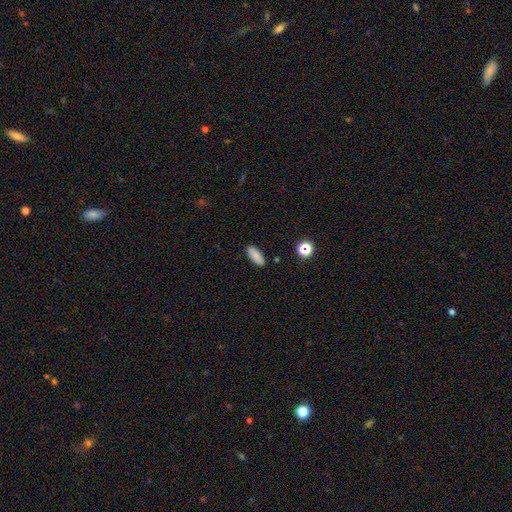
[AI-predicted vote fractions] The model was most divided on "how rounded": in between: 77%, cigar-shaped: 20%, round: 3%. More confident: merging — none (88%); smooth or featured — smooth (85%).